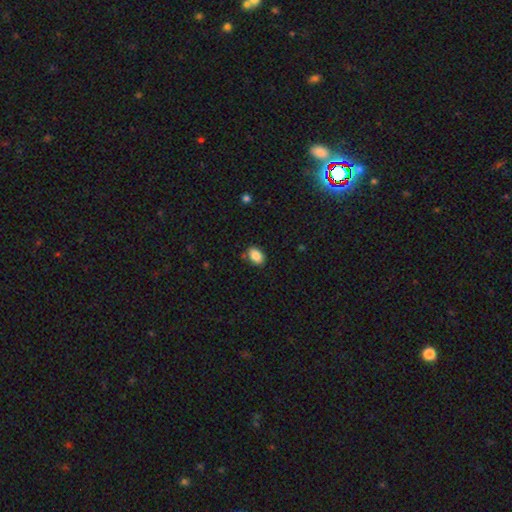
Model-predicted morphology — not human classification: Q: Smooth or featured?
A: smooth (87%); runner-up: star or artifact (8%)
Q: How rounded?
A: in between (82%); runner-up: round (16%)
Q: Merging?
A: none (81%); runner-up: minor disturbance (14%)